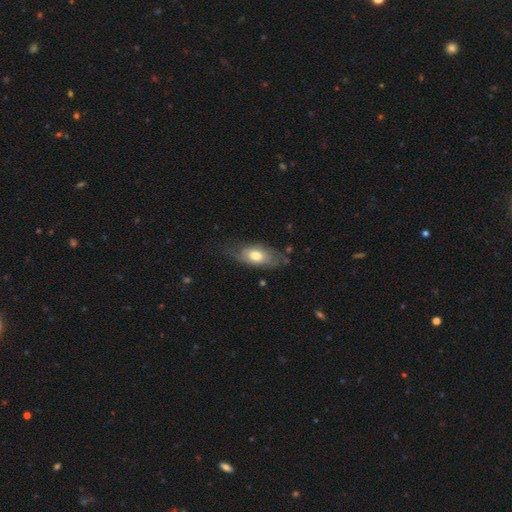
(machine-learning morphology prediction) A smooth galaxy with no disk features (59%) that is in between round and cigar-shaped (88%). Merging: none (59%).